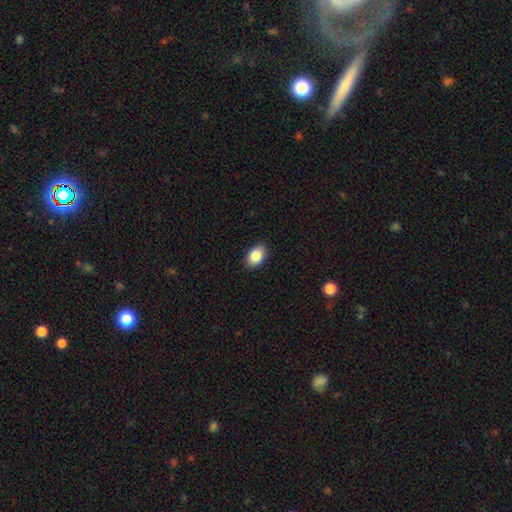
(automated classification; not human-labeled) This appears to be a smooth galaxy with no disk features (86%) that is in between round and cigar-shaped (85%). Merging: none (88%).